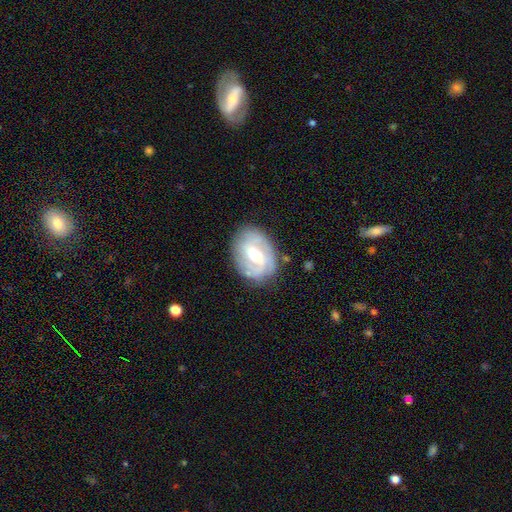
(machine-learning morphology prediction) Smooth or featured? featured or disk (72%)
Edge-on disk? no (96%)
Bar? weak (49%)
Spiral arms? yes (77%)
Spiral winding? tight (47%)
Spiral arm count? 2 (50%)
Bulge size? moderate (68%)
Merging? none (74%)